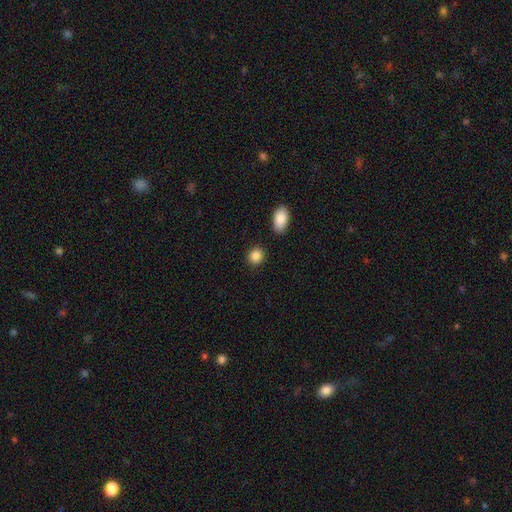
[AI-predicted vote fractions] Smooth or featured: smooth — 87% (star or artifact — 9%)
How rounded: round — 70% (in between — 29%)
Merging: none — 87% (minor disturbance — 7%)